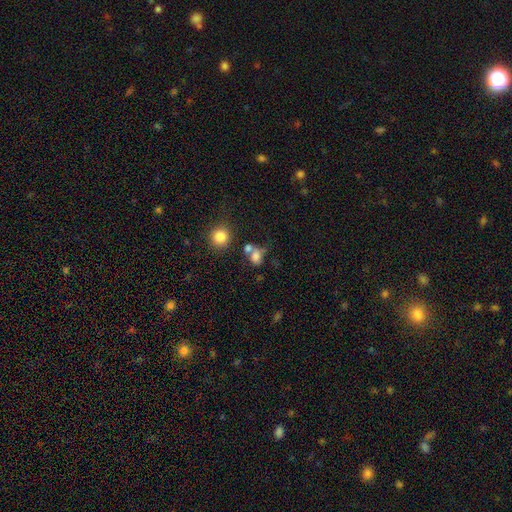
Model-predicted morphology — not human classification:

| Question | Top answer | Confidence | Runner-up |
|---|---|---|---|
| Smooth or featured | smooth | 72% | star or artifact (15%) |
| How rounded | in between | 61% | round (37%) |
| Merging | merger | 36% | tied: none (36%) |